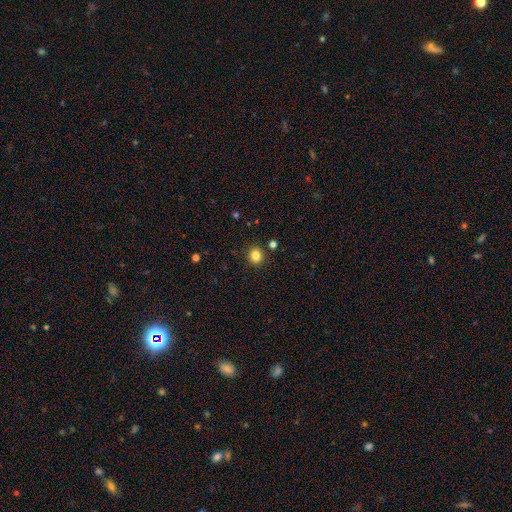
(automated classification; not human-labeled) smooth 83%, star or artifact 12%, featured or disk 5%. Down the decision tree: how rounded — round (84%); merging — none (89%).